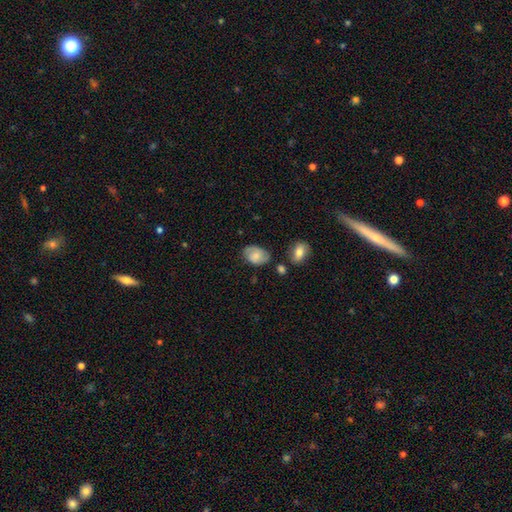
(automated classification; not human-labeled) Overall: smooth (69%). How rounded: in between (83%). Merging: none (67%).